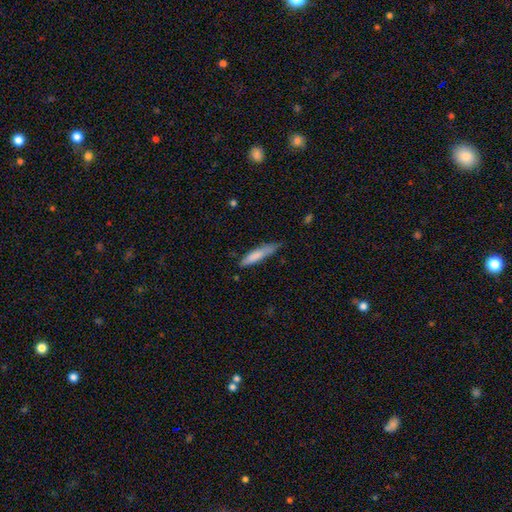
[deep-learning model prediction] This appears to be a smooth galaxy with no disk features (79%) that is cigar-shaped (83%). Merging: none (66%).